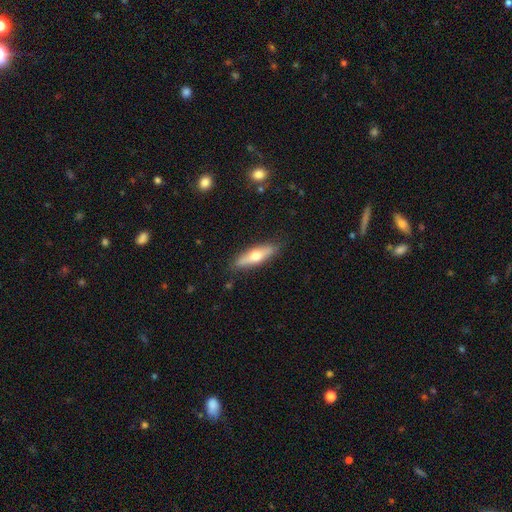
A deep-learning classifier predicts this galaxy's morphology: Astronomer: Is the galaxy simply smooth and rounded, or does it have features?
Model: smooth — 53% (runner-up: featured or disk, 41%).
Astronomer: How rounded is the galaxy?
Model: cigar-shaped — 62%.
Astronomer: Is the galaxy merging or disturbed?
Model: none — 85%.